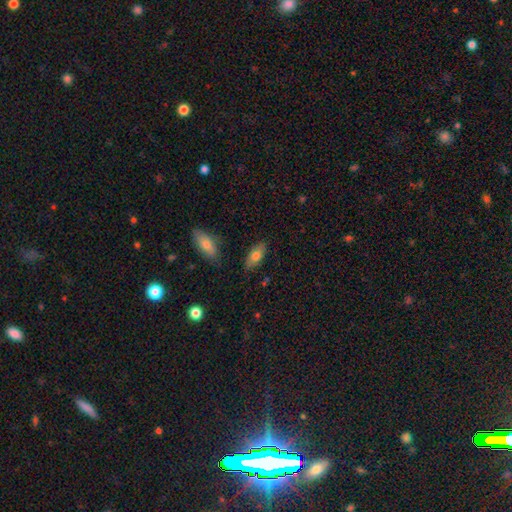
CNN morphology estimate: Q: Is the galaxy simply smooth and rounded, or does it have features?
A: smooth — 76%.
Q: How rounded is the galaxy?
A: in between — 88%.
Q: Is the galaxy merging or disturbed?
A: none — 81%.